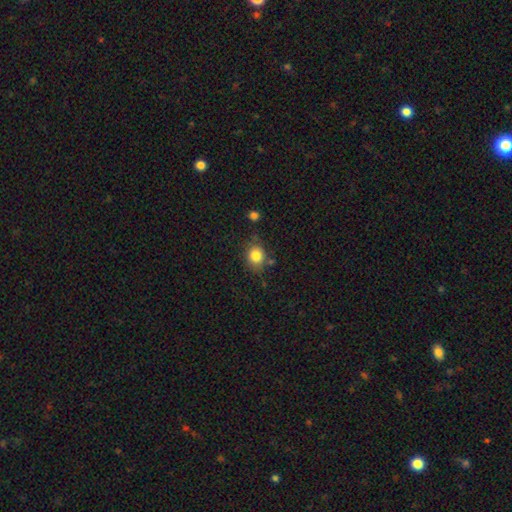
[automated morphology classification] Q: Smooth or featured?
A: smooth (83%); runner-up: star or artifact (10%)
Q: How rounded?
A: round (62%); runner-up: in between (37%)
Q: Merging?
A: none (74%); runner-up: minor disturbance (17%)